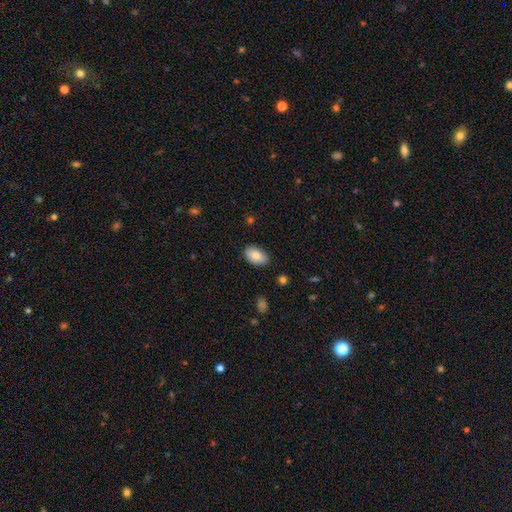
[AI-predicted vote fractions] Smooth or featured? smooth (83%)
How rounded? in between (92%)
Merging? none (85%)